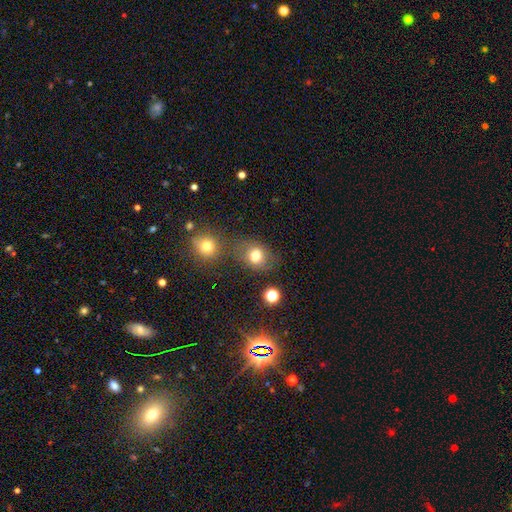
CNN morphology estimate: This appears to be a smooth galaxy with no disk features (76%) that is round (64%). Merging: none (62%).